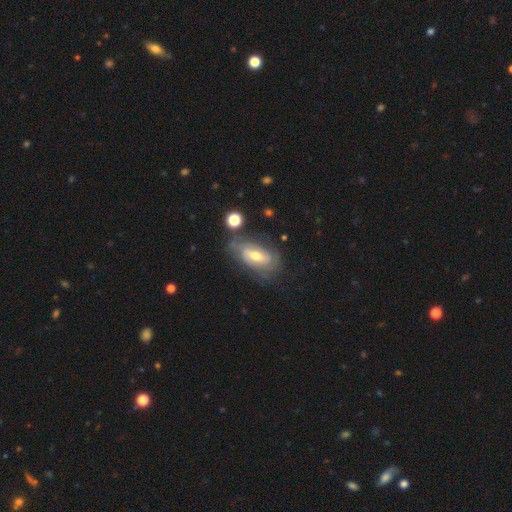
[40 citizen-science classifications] featured or disk 90%, smooth 8%, star or artifact 2%. Down the decision tree: edge-on disk — no (94%); bar — weak (41%); spiral arms — yes (94%); spiral arm count — 2 (53%); spiral winding — tight (69%); bulge size — moderate (76%); merging — none (67%).